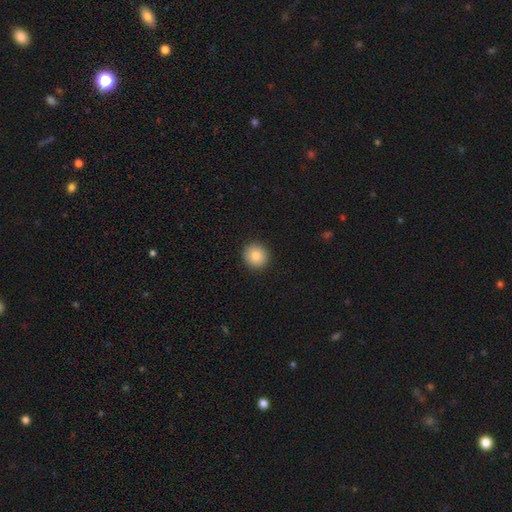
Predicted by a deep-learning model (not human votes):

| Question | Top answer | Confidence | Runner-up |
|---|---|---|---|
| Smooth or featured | smooth | 83% | star or artifact (9%) |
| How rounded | round | 92% | in between (7%) |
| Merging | none | 92% | minor disturbance (5%) |